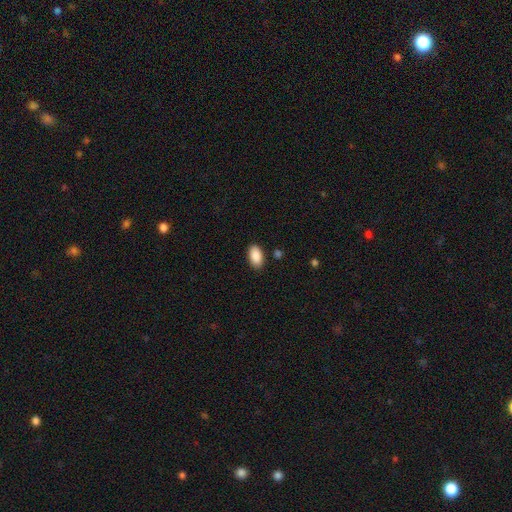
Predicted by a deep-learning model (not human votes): A smooth galaxy with no disk features (90%) that is in between round and cigar-shaped (94%).

Vote fractions:
- Smooth or featured? smooth: 90% / star or artifact: 7% / featured or disk: 4%
- How rounded? in between: 94% / round: 4% / cigar-shaped: 2%
- Merging? none: 87% / minor disturbance: 9% / major disturbance: 2% / merger: 2%